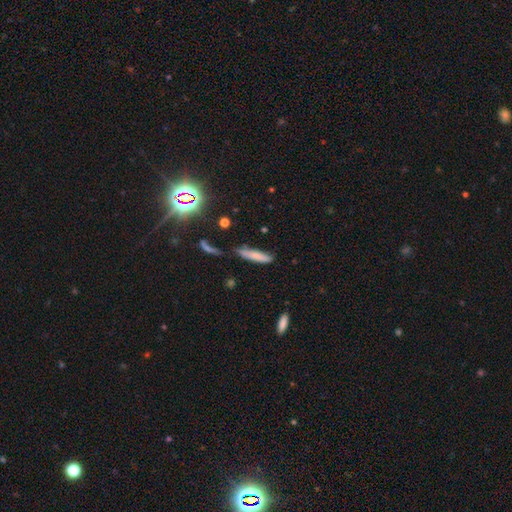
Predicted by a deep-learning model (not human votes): This is likely a smooth galaxy (76%). How rounded: clearly cigar-shaped (85%). Merging: likely none (63%).